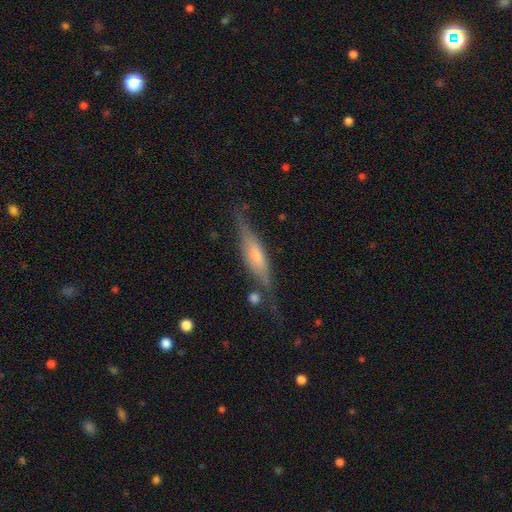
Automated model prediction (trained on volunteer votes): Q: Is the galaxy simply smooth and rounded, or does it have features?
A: featured or disk — 64%.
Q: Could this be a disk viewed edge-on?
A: yes — 89%.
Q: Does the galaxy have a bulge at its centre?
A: rounded — 62%.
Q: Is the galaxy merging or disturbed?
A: none — 65%.